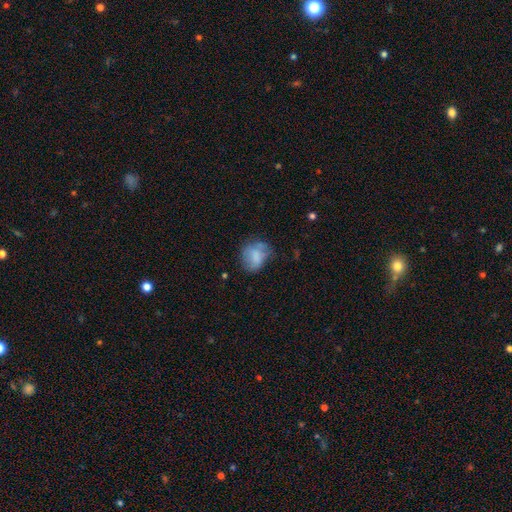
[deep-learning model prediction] Q: Smooth or featured?
A: smooth (69%); runner-up: featured or disk (21%)
Q: How rounded?
A: round (53%); runner-up: in between (46%)
Q: Merging?
A: none (50%); runner-up: minor disturbance (30%)